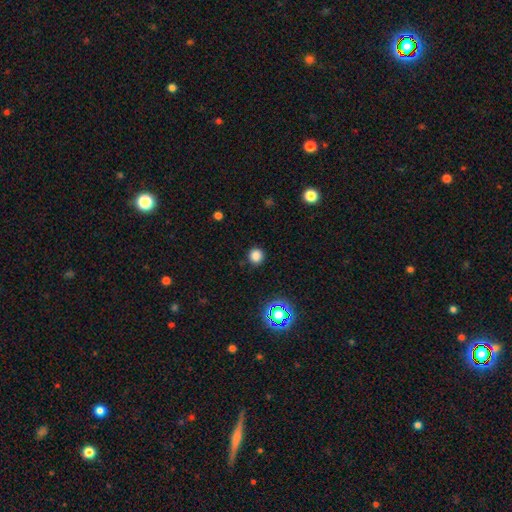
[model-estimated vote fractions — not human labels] This appears to be a smooth galaxy with no disk features (80%) that is round (91%). Merging: none (89%).